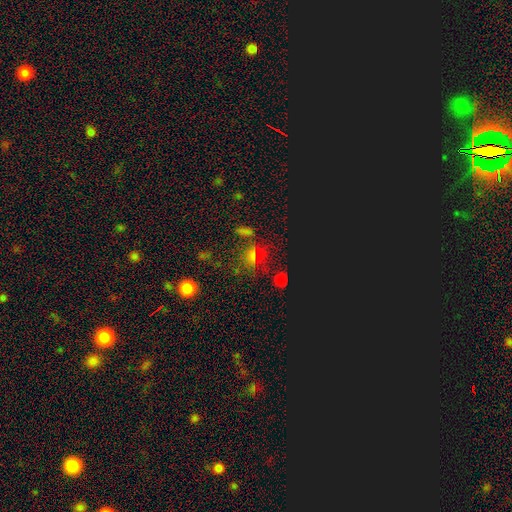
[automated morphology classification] A star or artifact, not a galaxy (52%).